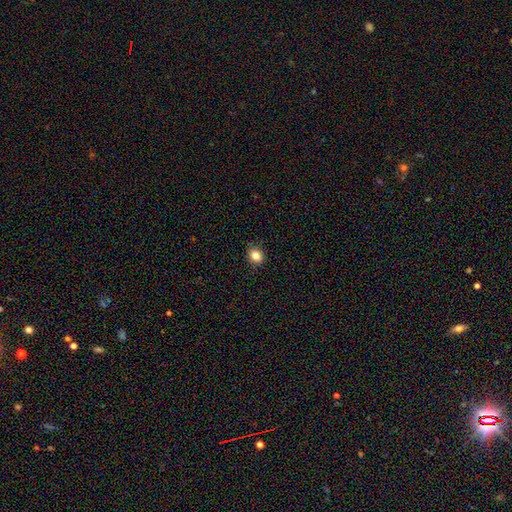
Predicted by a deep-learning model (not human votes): Smooth or featured? Predicted: smooth (p=0.82). How rounded? Predicted: round (p=0.65). Merging? Predicted: none (p=0.89).